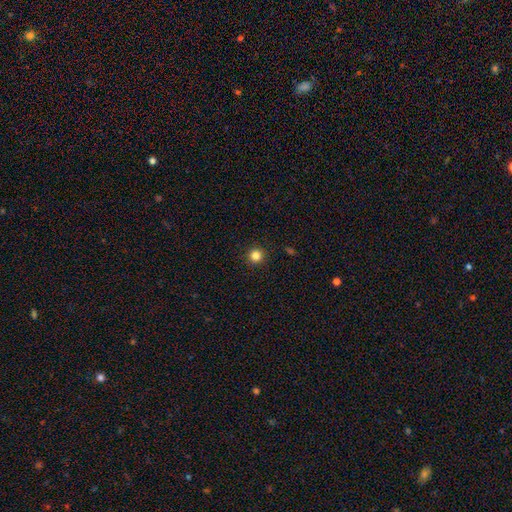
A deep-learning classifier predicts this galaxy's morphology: Q: Smooth or featured?
A: smooth (83%); runner-up: star or artifact (12%)
Q: How rounded?
A: round (95%); runner-up: in between (4%)
Q: Merging?
A: none (92%); runner-up: minor disturbance (5%)